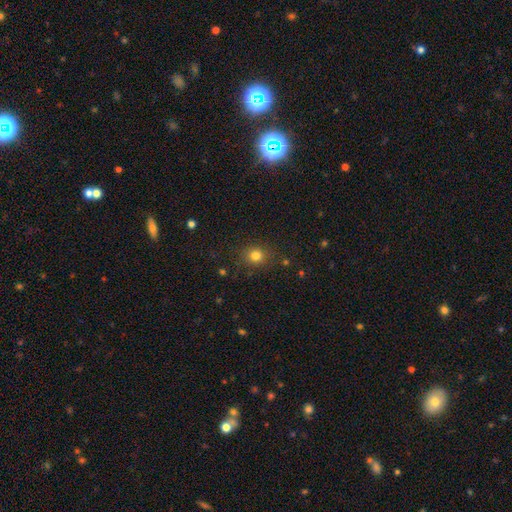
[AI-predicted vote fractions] Morphology: type=smooth (80%); roundness=round (81%); merging=none (86%).